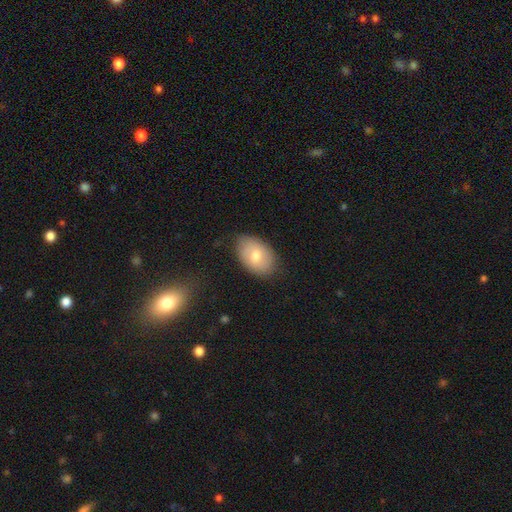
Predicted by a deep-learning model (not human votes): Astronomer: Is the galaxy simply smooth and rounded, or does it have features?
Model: smooth — 70%.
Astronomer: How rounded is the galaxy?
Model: in between — 86%.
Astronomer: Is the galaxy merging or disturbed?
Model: none — 80%.